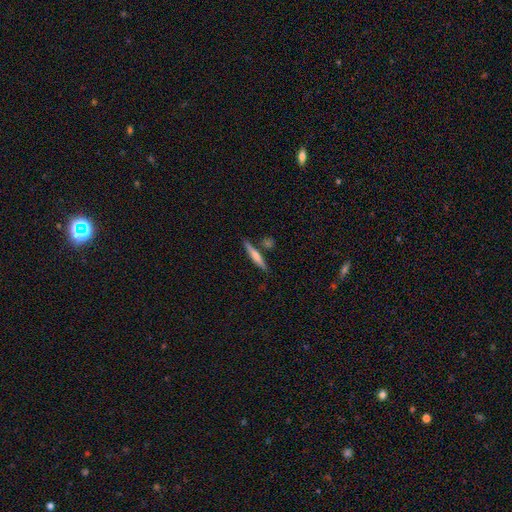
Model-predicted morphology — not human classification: smooth-or-featured: smooth: 55% | featured or disk: 39% | star or artifact: 6%
  how-rounded: cigar-shaped: 92% | in between: 6% | round: 2%
  merging: none: 79% | minor disturbance: 10% | merger: 8% | major disturbance: 2%